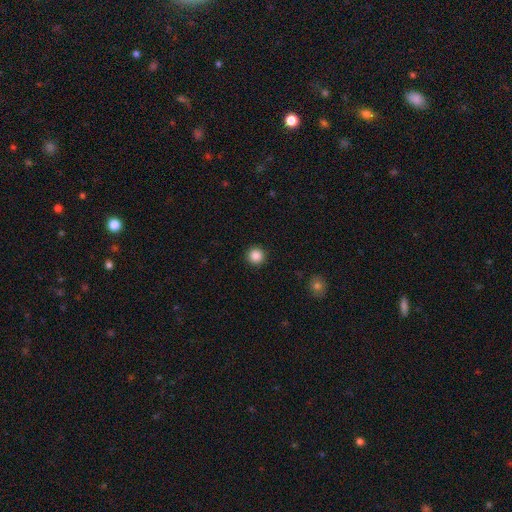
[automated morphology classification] Smooth or featured?
  - smooth: 87% *
  - star or artifact: 10%
  - featured or disk: 3%
How rounded?
  - round: 96% *
  - in between: 3%
  - cigar-shaped: 1%
Merging?
  - none: 93% *
  - minor disturbance: 4%
  - major disturbance: 2%
  - merger: 1%